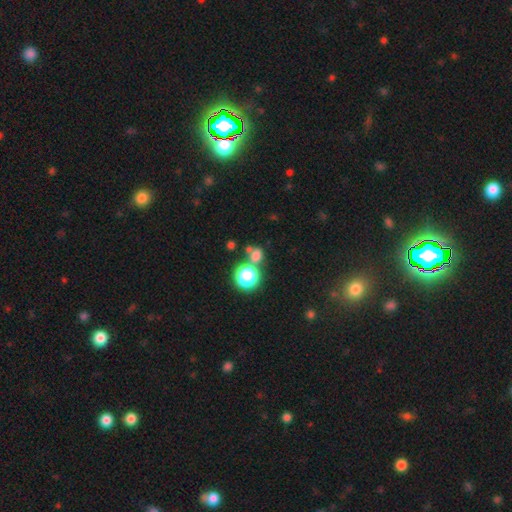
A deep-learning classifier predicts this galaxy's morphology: A smooth galaxy with no disk features (68%) that is round (74%). Merging: none (57%).